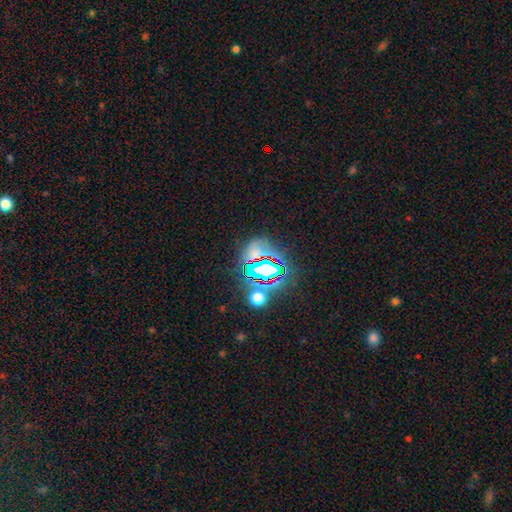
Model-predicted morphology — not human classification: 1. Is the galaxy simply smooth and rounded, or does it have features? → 60% star or artifact, 26% smooth, 14% featured or disk.